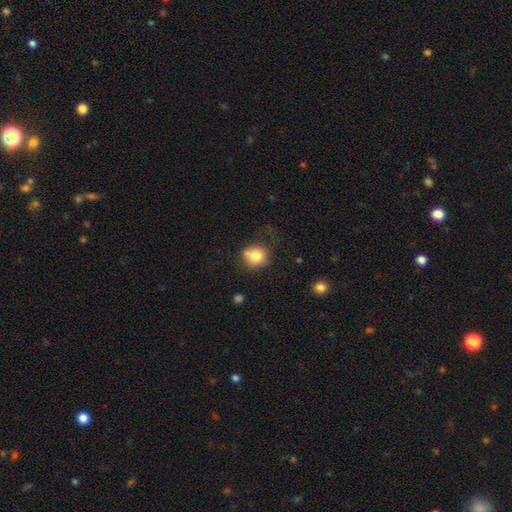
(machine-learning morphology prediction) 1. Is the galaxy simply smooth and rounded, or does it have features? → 78% smooth, 12% featured or disk, 10% star or artifact.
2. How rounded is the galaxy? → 84% round, 16% in between, 1% cigar-shaped.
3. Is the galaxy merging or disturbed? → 55% none, 21% minor disturbance, 15% merger, 9% major disturbance.